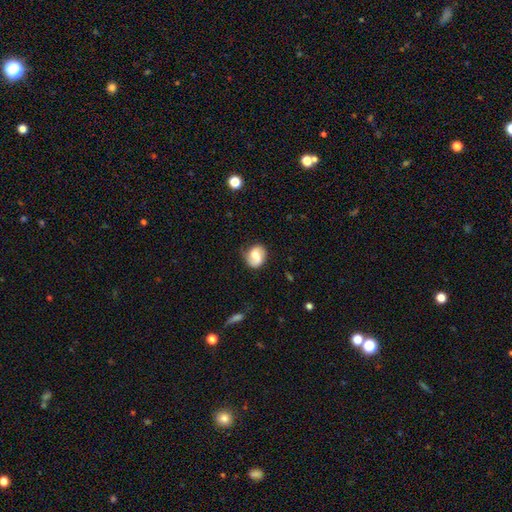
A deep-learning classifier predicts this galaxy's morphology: The model was most divided on "bar": weak: 44%, no: 41%, strong: 15%. Remaining: edge-on disk — no (97%); spiral arms — yes (89%); spiral arm count — 2 (73%); merging — none (70%); smooth or featured — featured or disk (59%); bulge size — moderate (56%); spiral winding — medium (41%).